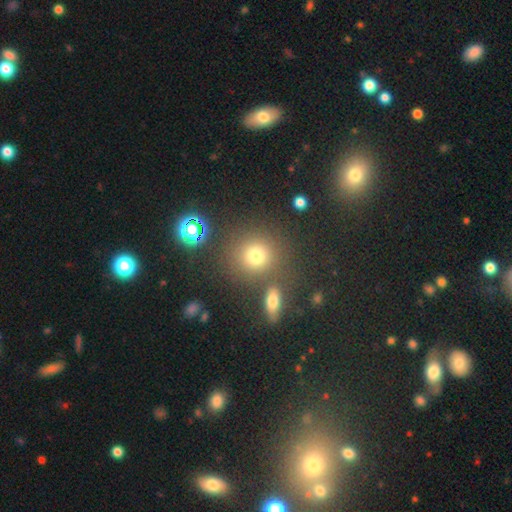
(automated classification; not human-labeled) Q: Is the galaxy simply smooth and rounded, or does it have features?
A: smooth — 74%.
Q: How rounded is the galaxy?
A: round — 87%.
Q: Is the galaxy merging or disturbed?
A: none — 76%.